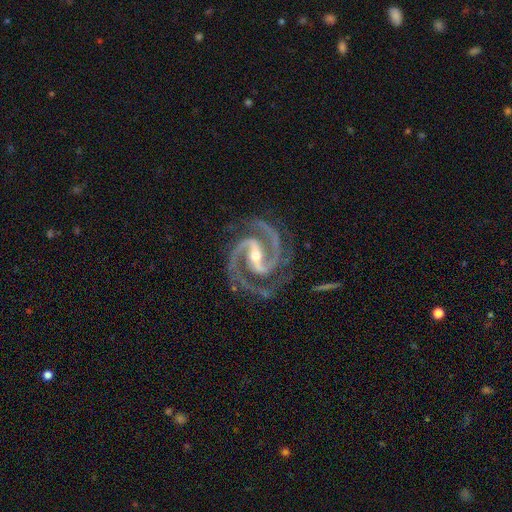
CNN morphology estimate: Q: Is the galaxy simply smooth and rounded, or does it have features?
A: featured or disk — 95%.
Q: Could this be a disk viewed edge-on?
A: no — 98%.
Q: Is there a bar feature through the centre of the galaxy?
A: strong — 66%.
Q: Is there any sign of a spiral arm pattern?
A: yes — 99%.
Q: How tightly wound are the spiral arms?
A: medium — 58%.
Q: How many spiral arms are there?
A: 2 — 88%.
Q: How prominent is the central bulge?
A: small — 51%.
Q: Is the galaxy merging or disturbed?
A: none — 79%.